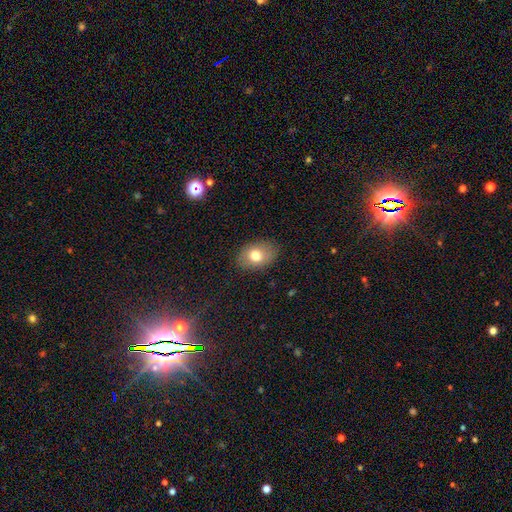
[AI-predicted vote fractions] Smooth or featured? Predicted: smooth (p=0.77). How rounded? Predicted: in between (p=0.77). Merging? Predicted: none (p=0.85).